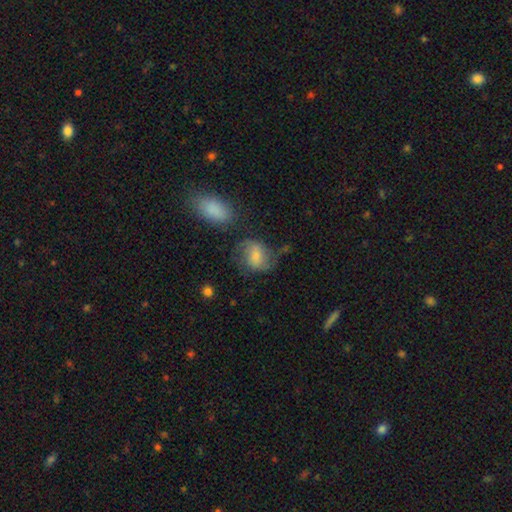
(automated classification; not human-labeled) Smooth or featured? Predicted: smooth (p=0.57). How rounded? Predicted: round (p=0.51). Merging? Predicted: none (p=0.50).